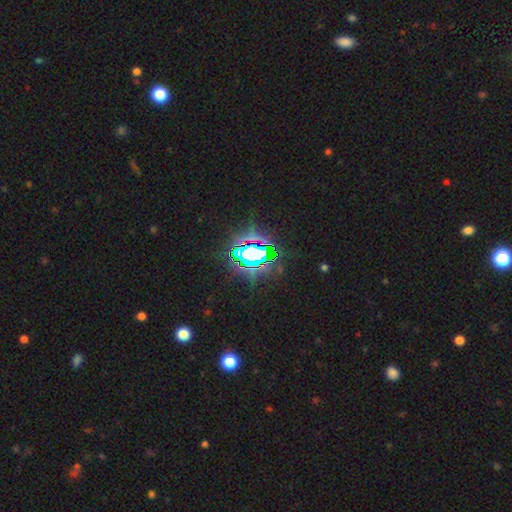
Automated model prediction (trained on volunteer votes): Q: Smooth or featured?
A: star or artifact (76%); runner-up: featured or disk (12%)